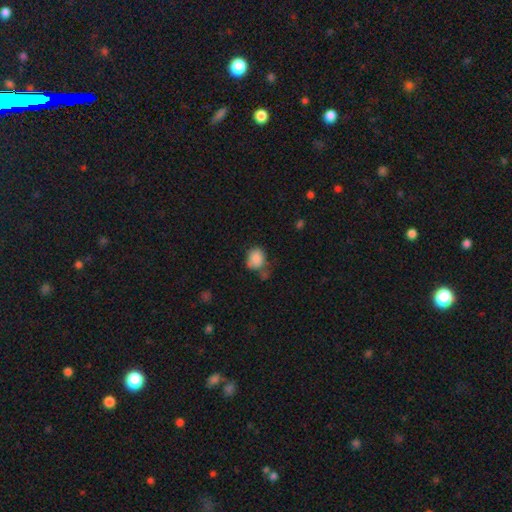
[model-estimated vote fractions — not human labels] smooth 85%, star or artifact 9%, featured or disk 6%. Down the decision tree: how rounded — round (57%); merging — none (56%).